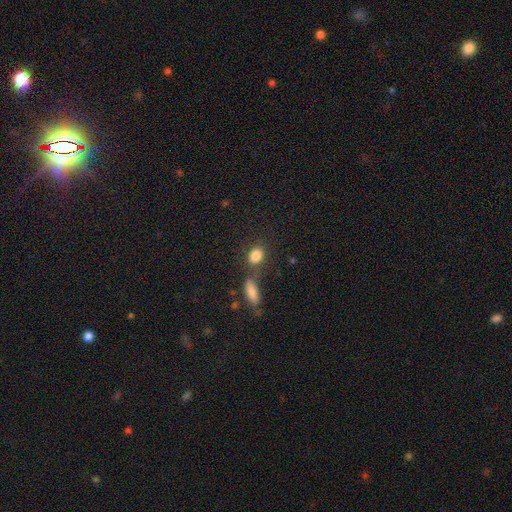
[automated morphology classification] smooth 83%, star or artifact 9%, featured or disk 7%. Down the decision tree: how rounded — in between (71%); merging — none (60%).